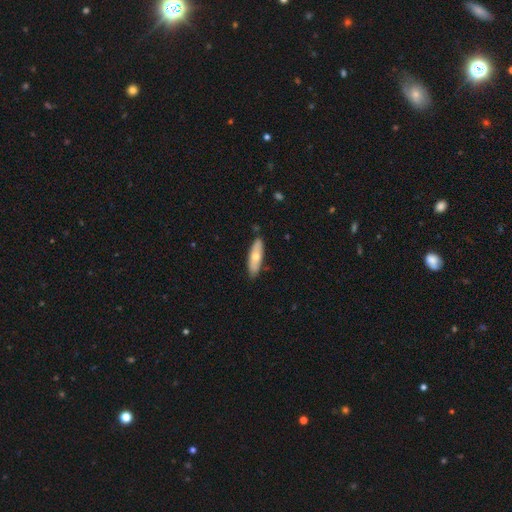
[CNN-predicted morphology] Q: Smooth or featured?
A: smooth (62%); runner-up: featured or disk (32%)
Q: How rounded?
A: cigar-shaped (52%); runner-up: in between (46%)
Q: Merging?
A: none (85%); runner-up: minor disturbance (11%)